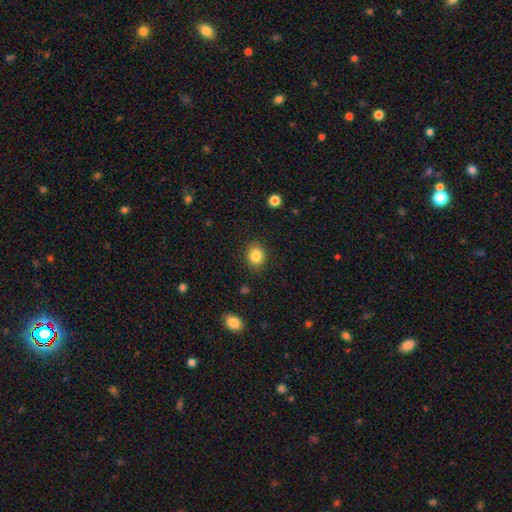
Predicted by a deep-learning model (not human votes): Morphology: type=smooth (85%); roundness=round (68%); merging=none (86%).